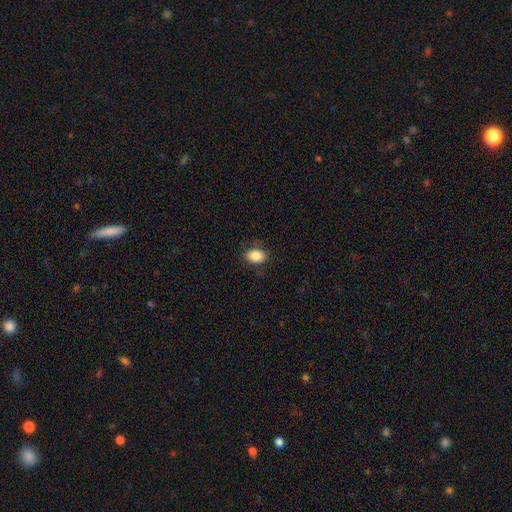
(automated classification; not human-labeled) This is clearly a smooth galaxy (85%). How rounded: likely in between (73%). Merging: clearly none (82%).